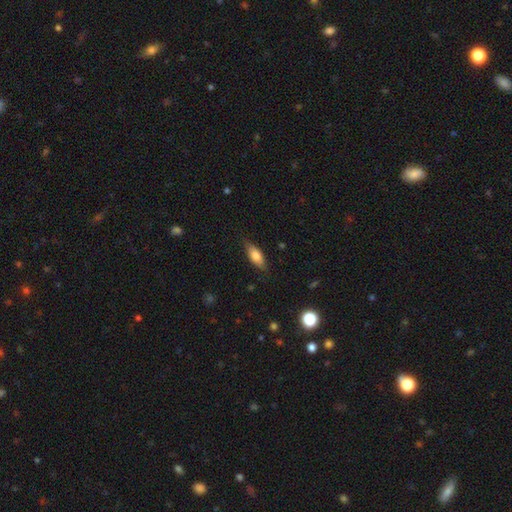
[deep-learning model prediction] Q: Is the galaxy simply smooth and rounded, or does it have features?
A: smooth — 72%.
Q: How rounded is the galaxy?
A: in between — 73%.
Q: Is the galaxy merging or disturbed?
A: none — 81%.